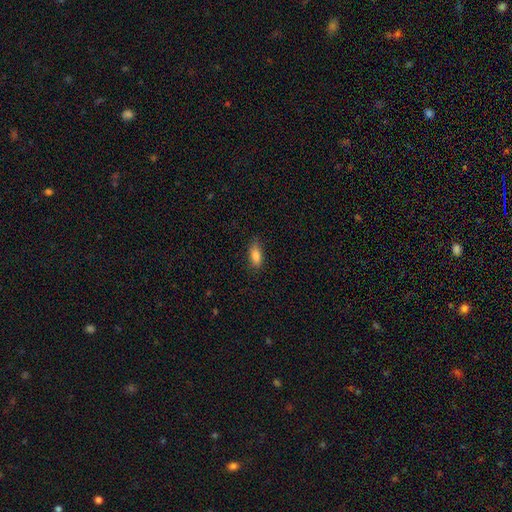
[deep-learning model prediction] This appears to be a smooth galaxy with no disk features (84%) that is in between round and cigar-shaped (81%). Merging: none (79%).